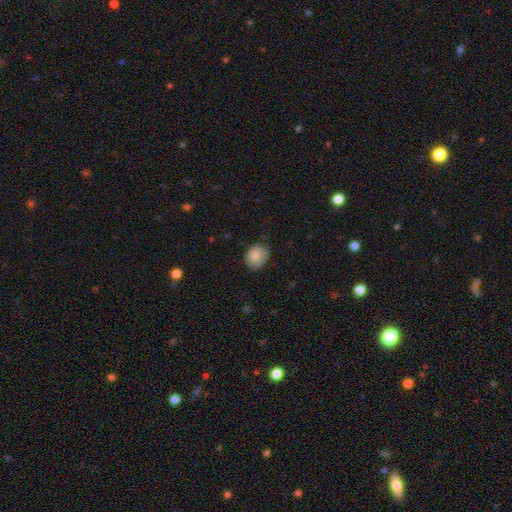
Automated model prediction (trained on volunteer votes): Morphology: type=smooth (83%); roundness=round (59%); merging=none (67%).